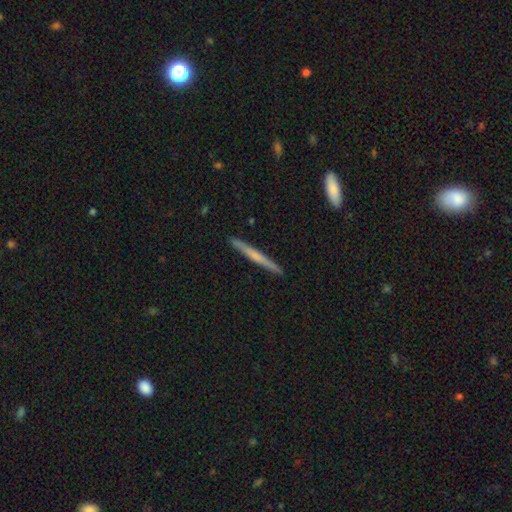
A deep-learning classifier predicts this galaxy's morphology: smooth-or-featured: featured or disk: 48% | smooth: 46% | star or artifact: 6%
  merging: none: 91% | minor disturbance: 6% | major disturbance: 1% | merger: 1%